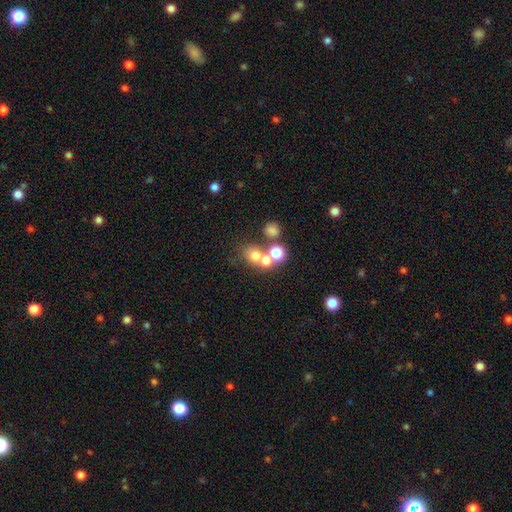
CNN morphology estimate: This is likely a smooth galaxy (64%). How rounded: likely round (76%). Merging: possibly merger (46%).